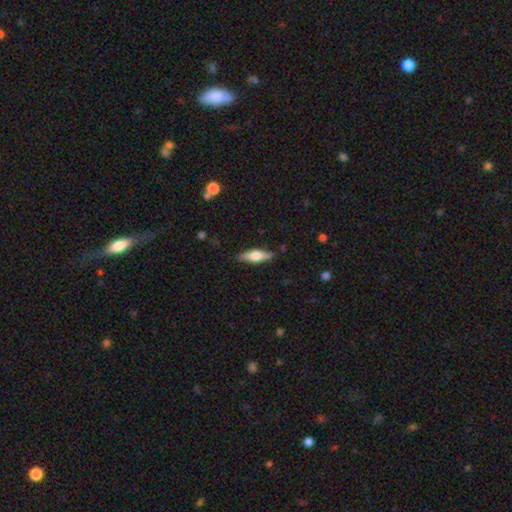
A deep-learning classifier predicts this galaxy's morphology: Q: Smooth or featured?
A: smooth (53%); runner-up: featured or disk (41%)
Q: How rounded?
A: cigar-shaped (55%); runner-up: in between (42%)
Q: Merging?
A: none (87%); runner-up: minor disturbance (10%)